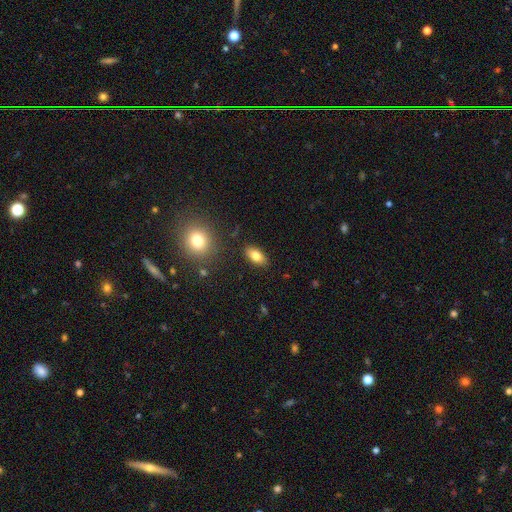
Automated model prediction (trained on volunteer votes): Smooth or featured?
  - smooth: 79% *
  - featured or disk: 12%
  - star or artifact: 9%
How rounded?
  - in between: 89% *
  - cigar-shaped: 6%
  - round: 5%
Merging?
  - none: 86% *
  - minor disturbance: 9%
  - major disturbance: 2%
  - merger: 2%